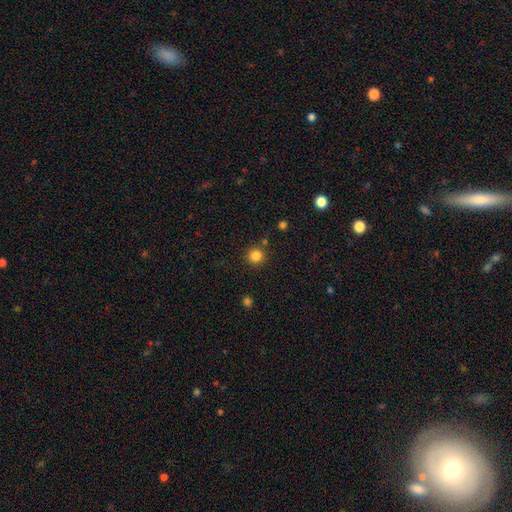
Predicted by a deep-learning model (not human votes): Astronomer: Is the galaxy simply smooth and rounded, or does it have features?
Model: smooth — 83%.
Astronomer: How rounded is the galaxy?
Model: round — 94%.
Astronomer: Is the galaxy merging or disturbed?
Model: none — 86%.